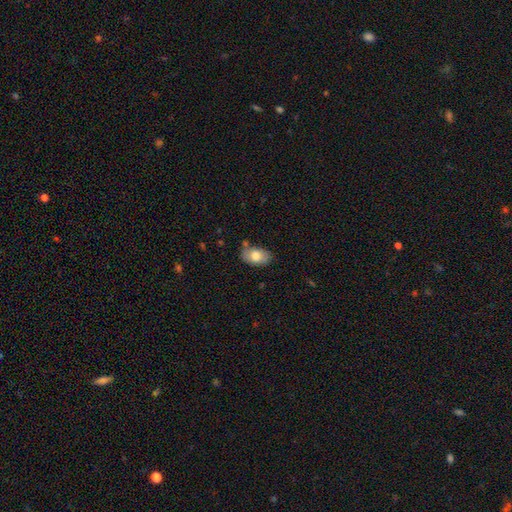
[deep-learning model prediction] A smooth galaxy with no disk features (77%) that is in between round and cigar-shaped (89%). Merging: none (68%).